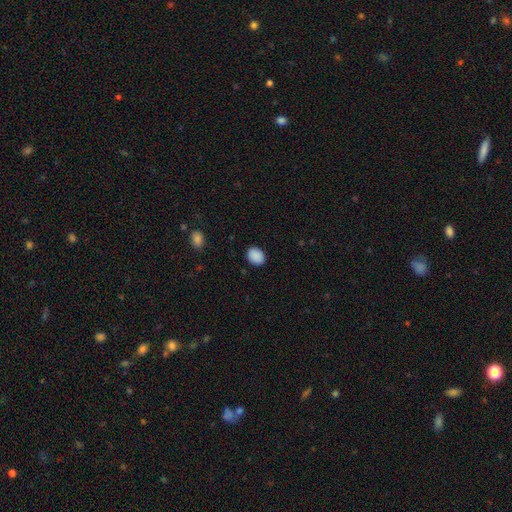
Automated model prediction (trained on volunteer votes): smooth 89%, star or artifact 8%, featured or disk 3%. Down the decision tree: how rounded — in between (52%); merging — none (88%).